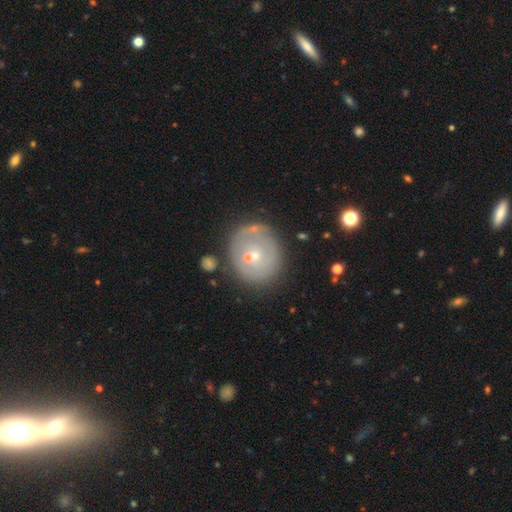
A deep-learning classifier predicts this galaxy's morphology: Q: Smooth or featured?
A: featured or disk (49%); runner-up: smooth (40%)
Q: Merging?
A: none (62%); runner-up: minor disturbance (17%)